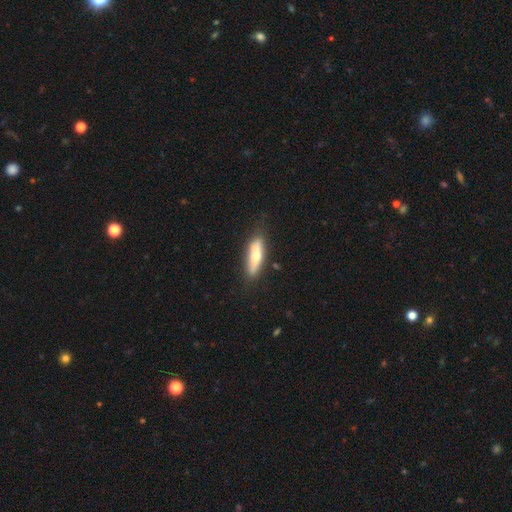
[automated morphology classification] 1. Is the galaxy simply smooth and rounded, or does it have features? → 55% smooth, 39% featured or disk, 5% star or artifact.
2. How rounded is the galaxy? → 54% cigar-shaped, 44% in between, 2% round.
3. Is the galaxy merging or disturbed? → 81% none, 14% minor disturbance, 3% major disturbance, 2% merger.